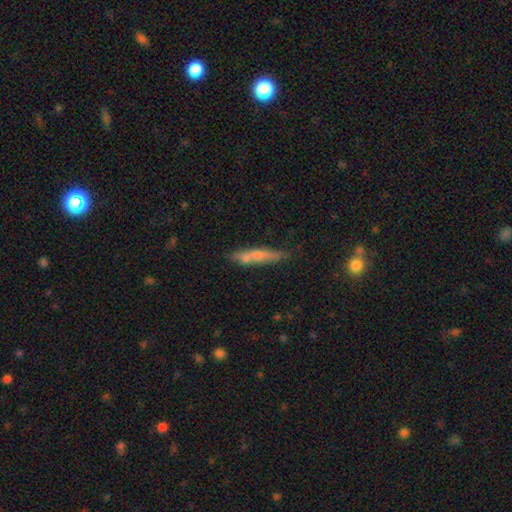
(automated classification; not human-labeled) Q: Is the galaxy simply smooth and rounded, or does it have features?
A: smooth — 64%.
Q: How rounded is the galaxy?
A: cigar-shaped — 89%.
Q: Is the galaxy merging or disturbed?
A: none — 71%.